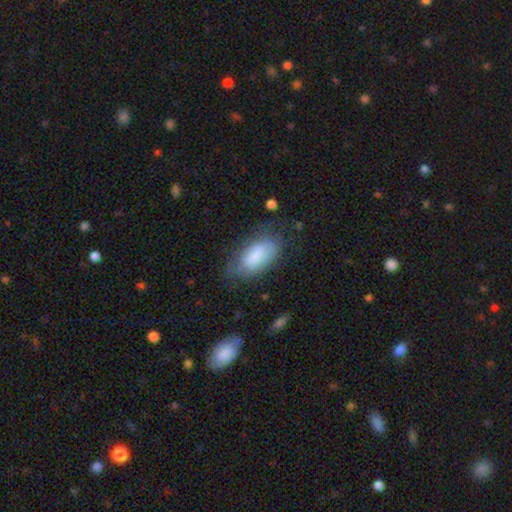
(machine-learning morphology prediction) Overall: smooth (77%). How rounded: in between (92%). Merging: none (63%; minor disturbance 26%).